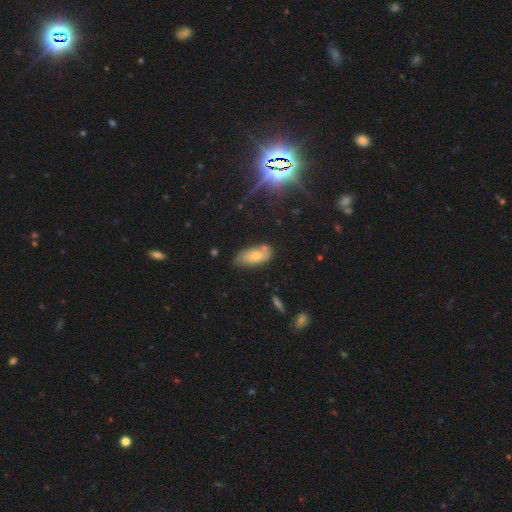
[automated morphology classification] Smooth or featured?
  - smooth: 65% *
  - featured or disk: 25%
  - star or artifact: 10%
How rounded?
  - in between: 88% *
  - cigar-shaped: 9%
  - round: 3%
Merging?
  - none: 61% *
  - minor disturbance: 25%
  - merger: 9%
  - major disturbance: 5%